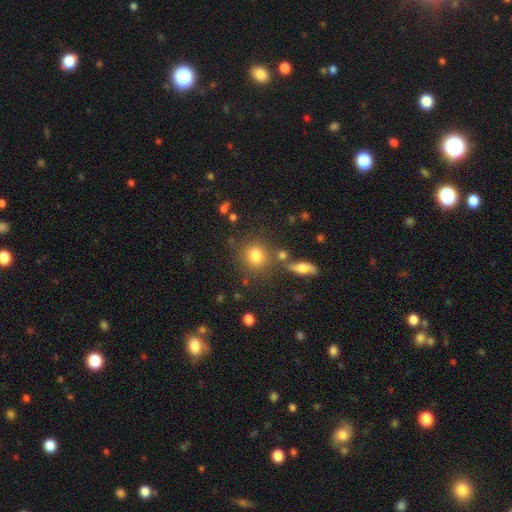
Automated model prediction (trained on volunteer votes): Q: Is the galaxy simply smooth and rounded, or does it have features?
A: smooth — 77%.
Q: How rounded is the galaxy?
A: round — 85%.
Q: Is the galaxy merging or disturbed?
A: none — 76%.